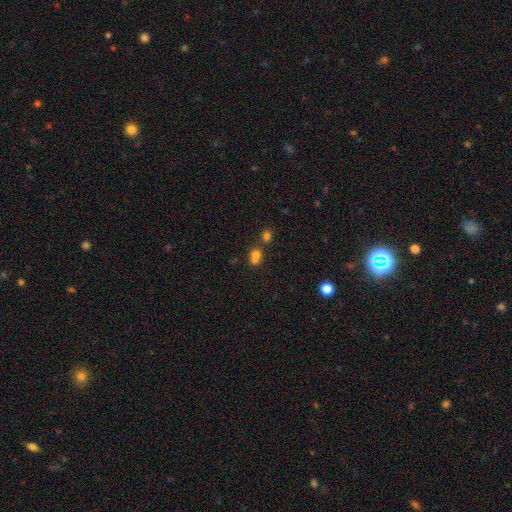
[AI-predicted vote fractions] This is likely a smooth galaxy (72%). How rounded: likely round (66%). Merging: possibly merger (55%).